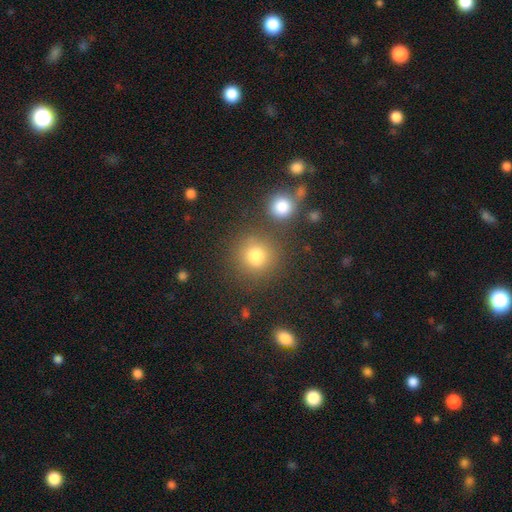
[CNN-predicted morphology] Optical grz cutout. It shows a smooth galaxy with no disk features (78%) that is round (89%). Merging: none (76%).